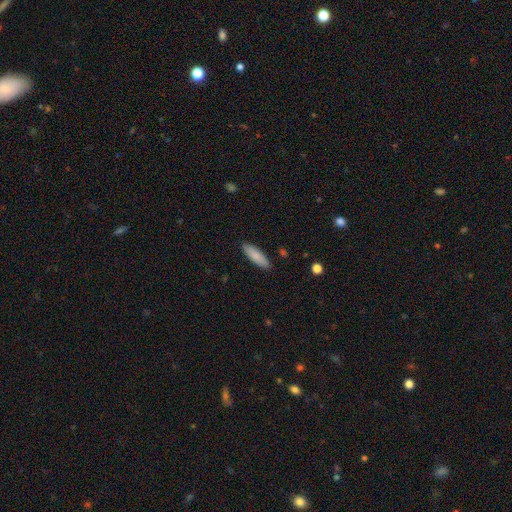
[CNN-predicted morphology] Smooth or featured?
  - smooth: 86% *
  - featured or disk: 9%
  - star or artifact: 6%
How rounded?
  - cigar-shaped: 55% *
  - in between: 43%
  - round: 2%
Merging?
  - none: 89% *
  - minor disturbance: 8%
  - major disturbance: 2%
  - merger: 1%